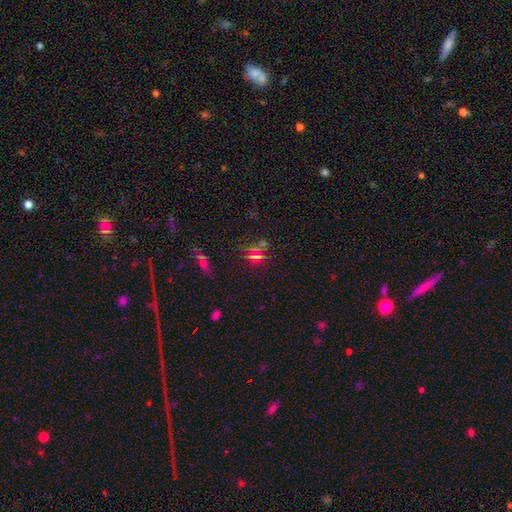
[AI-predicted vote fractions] Morphology: type=star or artifact (49%).